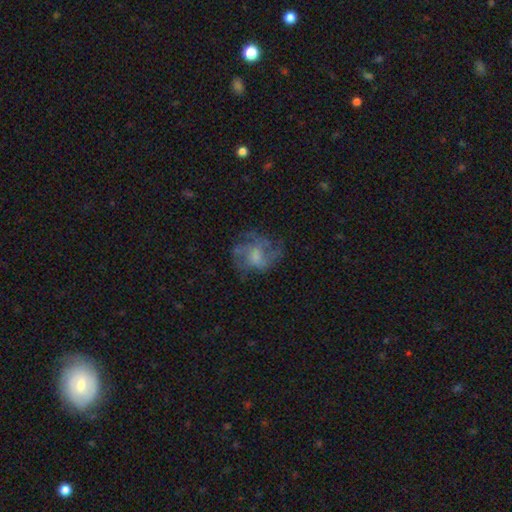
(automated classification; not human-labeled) The model was most divided on "bulge size": moderate: 40%, small: 36%, none: 17%, large: 6%, dominant: 1%. More confident: edge-on disk — no (98%); spiral arms — yes (77%); bar — no (67%); merging — none (62%); smooth or featured — featured or disk (62%).